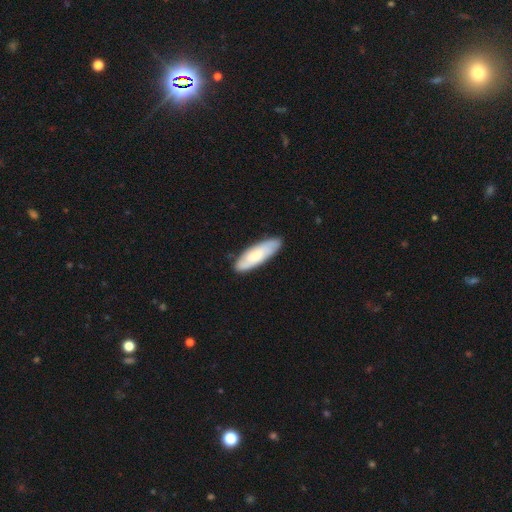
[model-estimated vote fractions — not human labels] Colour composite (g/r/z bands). It shows a smooth galaxy with no disk features (65%) that is cigar-shaped (50%). Merging: none (86%).